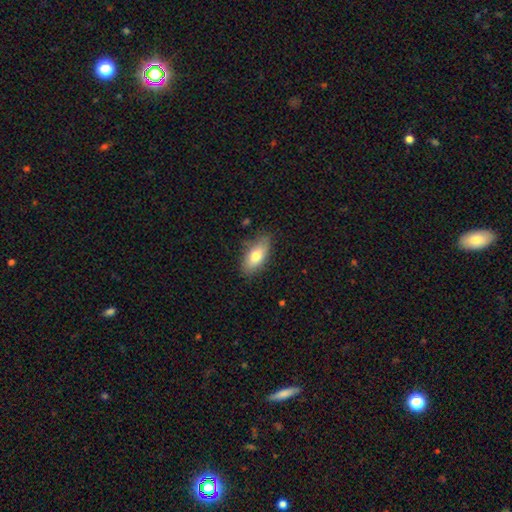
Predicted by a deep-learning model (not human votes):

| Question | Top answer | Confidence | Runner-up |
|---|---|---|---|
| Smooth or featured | smooth | 74% | featured or disk (19%) |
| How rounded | in between | 83% | cigar-shaped (14%) |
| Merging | none | 78% | minor disturbance (17%) |